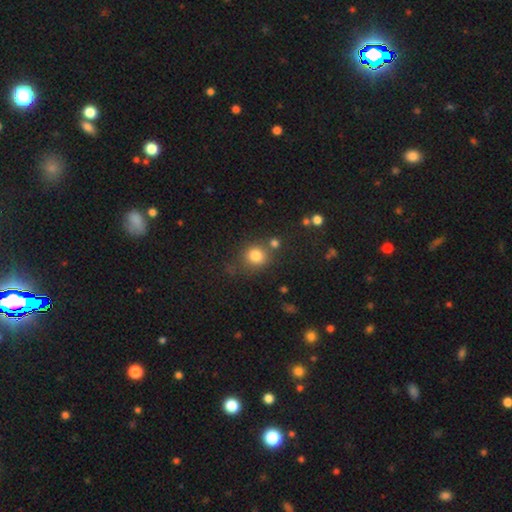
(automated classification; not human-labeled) This appears to be a smooth galaxy with no disk features (81%) that is round (81%). Merging: none (66%).